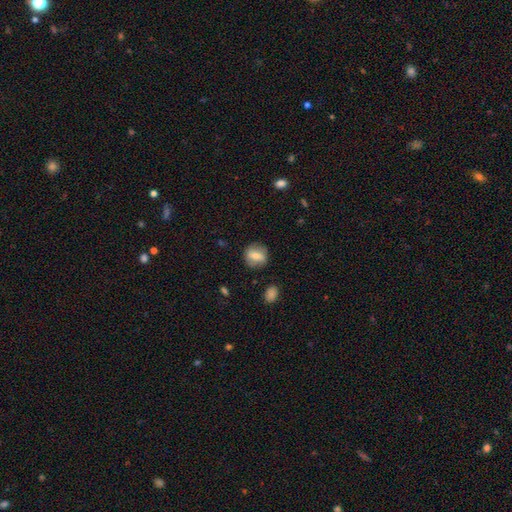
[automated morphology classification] This is likely a smooth galaxy (64%). How rounded: likely round (70%). Merging: clearly none (82%).